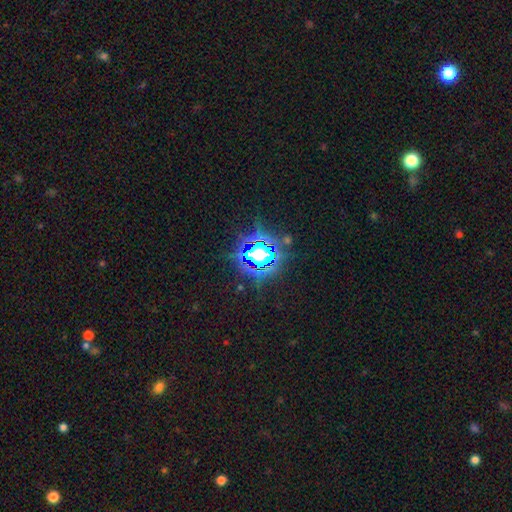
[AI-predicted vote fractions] smooth_or_featured: star or artifact (p=0.80) [alt: smooth p=0.13]